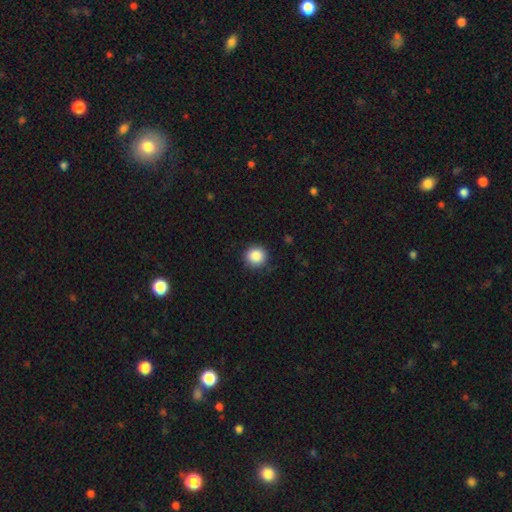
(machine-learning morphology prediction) This appears to be a smooth galaxy with no disk features (87%) that is round (92%). Merging: none (88%).